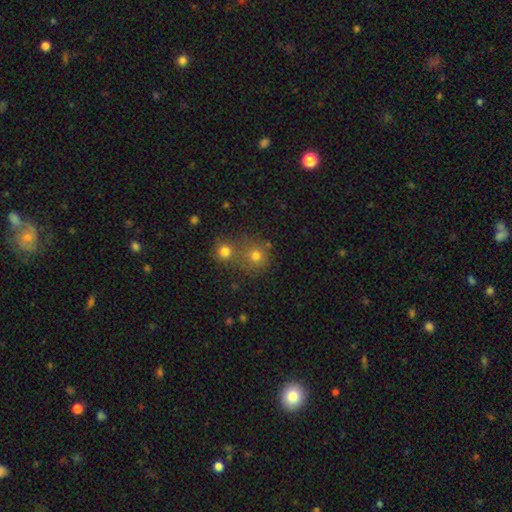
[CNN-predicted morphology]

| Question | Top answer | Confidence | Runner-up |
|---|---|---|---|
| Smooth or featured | smooth | 74% | star or artifact (15%) |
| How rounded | round | 86% | in between (13%) |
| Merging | none | 49% | merger (38%) |